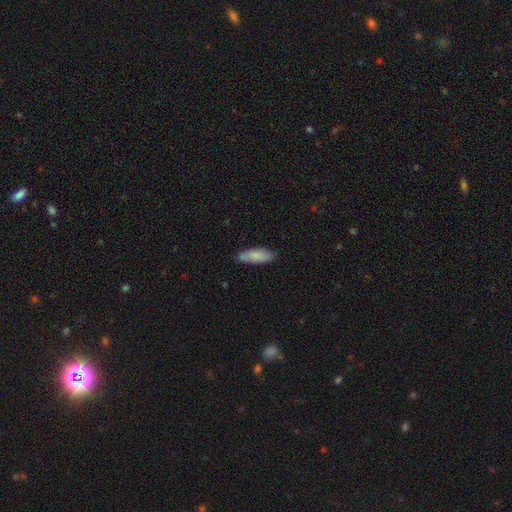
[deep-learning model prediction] Smooth or featured? Predicted: smooth (p=0.84). How rounded? Predicted: in between (p=0.62). Merging? Predicted: none (p=0.82).